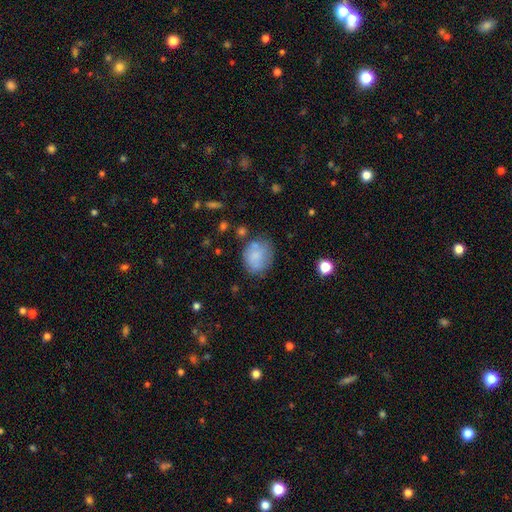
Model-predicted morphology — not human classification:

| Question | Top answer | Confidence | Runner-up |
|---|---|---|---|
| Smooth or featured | smooth | 73% | featured or disk (19%) |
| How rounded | round | 56% | in between (43%) |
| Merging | none | 58% | minor disturbance (24%) |